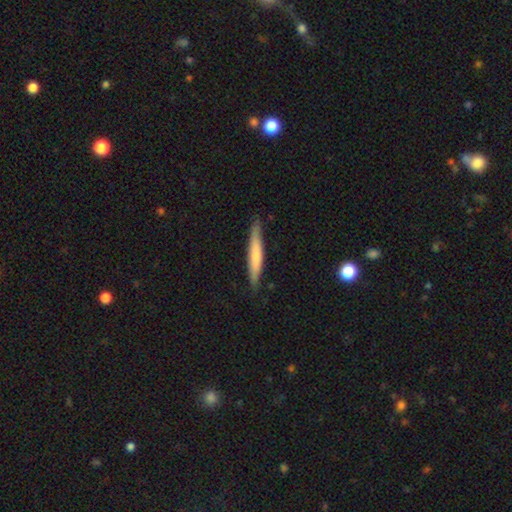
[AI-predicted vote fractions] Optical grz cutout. It shows a smooth galaxy with no disk features (64%) that is cigar-shaped (93%). Merging: none (84%).